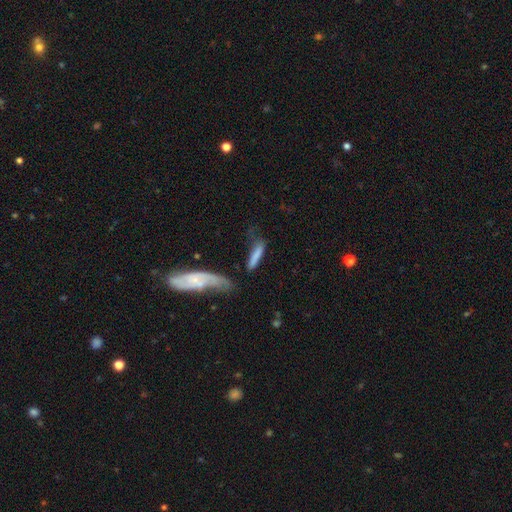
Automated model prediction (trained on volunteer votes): The model was most divided on "merging": none: 49%, minor disturbance: 25%, major disturbance: 16%, merger: 11%. More confident: how rounded — cigar-shaped (84%); smooth or featured — smooth (72%).